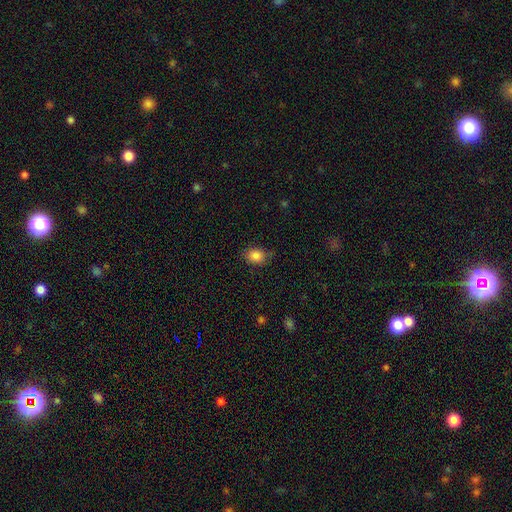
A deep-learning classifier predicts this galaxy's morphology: smooth_or_featured: smooth (p=0.85) [alt: star or artifact p=0.09]
how_rounded: in between (p=0.57) [alt: round p=0.42]
merging: none (p=0.78) [alt: minor disturbance p=0.17]